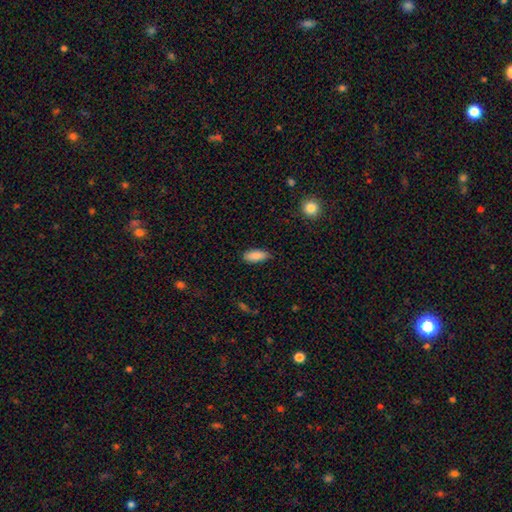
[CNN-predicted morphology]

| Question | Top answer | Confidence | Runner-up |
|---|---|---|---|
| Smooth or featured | smooth | 88% | star or artifact (7%) |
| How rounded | in between | 83% | cigar-shaped (15%) |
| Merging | none | 77% | minor disturbance (19%) |